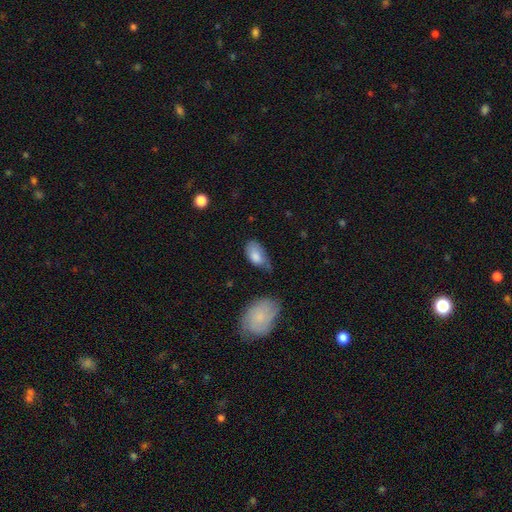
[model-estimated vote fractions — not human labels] Smooth or featured?
  - smooth: 80% *
  - featured or disk: 13%
  - star or artifact: 6%
How rounded?
  - in between: 93% *
  - round: 4%
  - cigar-shaped: 3%
Merging?
  - minor disturbance: 44% *
  - none: 34%
  - major disturbance: 18%
  - merger: 5%